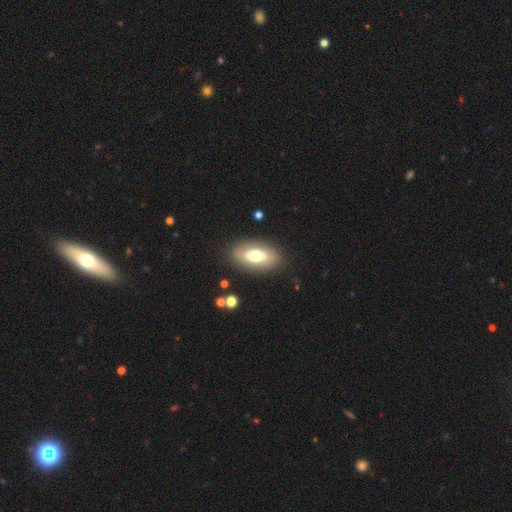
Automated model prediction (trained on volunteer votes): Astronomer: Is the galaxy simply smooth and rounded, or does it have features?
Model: smooth — 62%.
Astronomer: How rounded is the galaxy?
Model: in between — 90%.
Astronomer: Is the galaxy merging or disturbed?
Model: none — 84%.